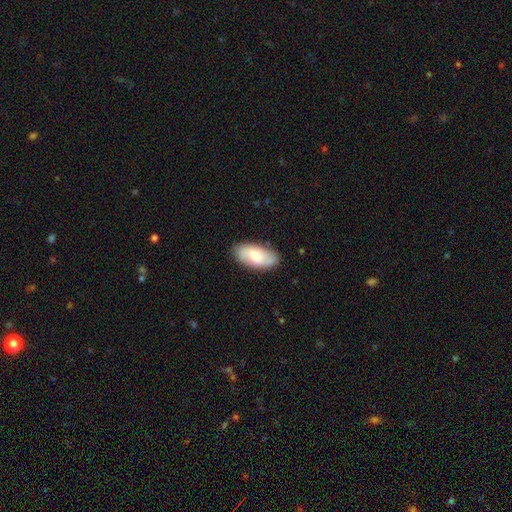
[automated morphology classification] smooth-or-featured: smooth: 66% | featured or disk: 28% | star or artifact: 6%
  how-rounded: in between: 92% | cigar-shaped: 6% | round: 2%
  merging: none: 84% | minor disturbance: 12% | major disturbance: 3% | merger: 1%